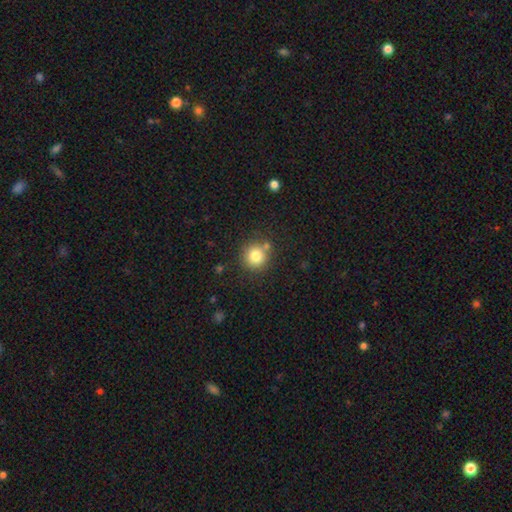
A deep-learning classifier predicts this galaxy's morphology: This is clearly a smooth galaxy (81%). How rounded: clearly round (92%). Merging: likely none (78%).